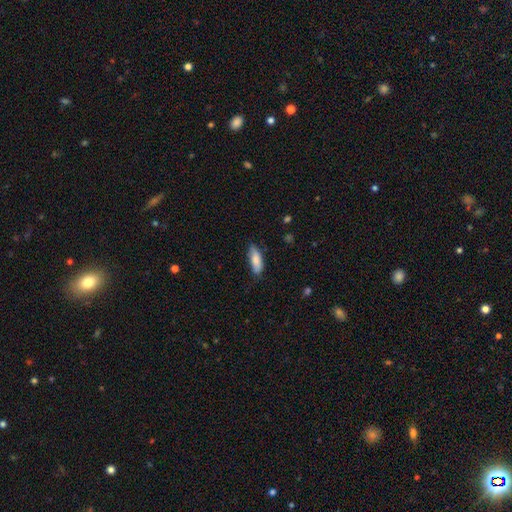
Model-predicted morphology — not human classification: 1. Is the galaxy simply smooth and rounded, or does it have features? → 80% smooth, 13% featured or disk, 7% star or artifact.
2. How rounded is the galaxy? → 59% in between, 39% cigar-shaped, 2% round.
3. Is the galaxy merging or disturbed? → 76% none, 19% minor disturbance, 3% major disturbance, 1% merger.